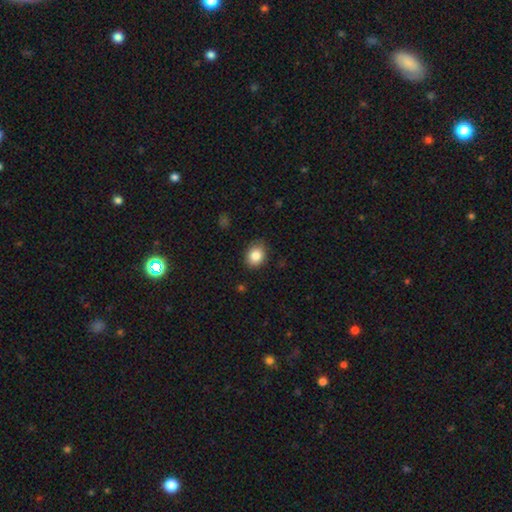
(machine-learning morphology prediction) Smooth or featured: smooth — 85% (star or artifact — 9%)
How rounded: in between — 50% (round — 49%)
Merging: none — 83% (minor disturbance — 13%)